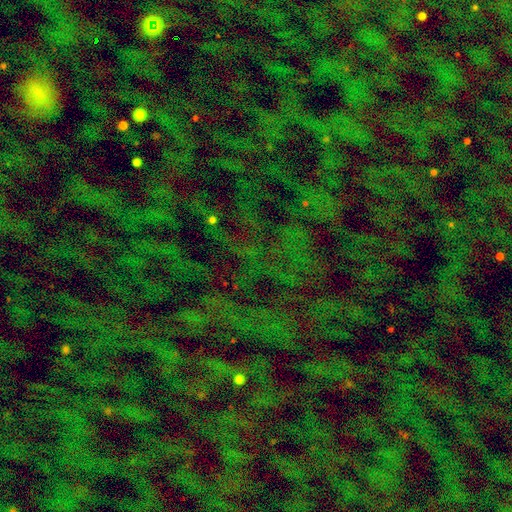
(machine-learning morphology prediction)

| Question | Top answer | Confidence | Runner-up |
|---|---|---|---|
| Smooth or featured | star or artifact | 71% | smooth (20%) |